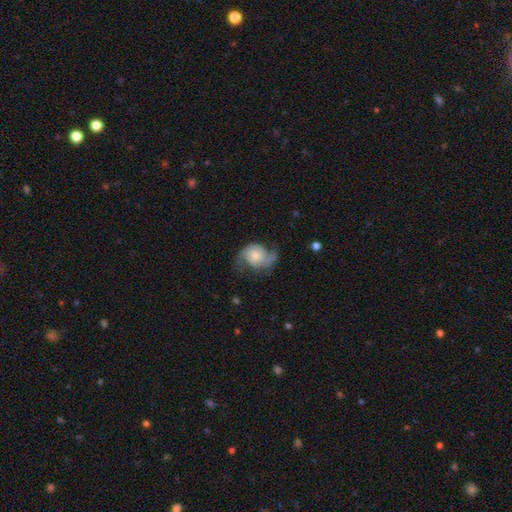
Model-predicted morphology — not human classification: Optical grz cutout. It shows a featured or disk galaxy (75%) with no bar (73%), 2 (88%) loose (42%, tied with medium) spiral arms (94%) and a moderate central bulge (41%). Merging: none (57%).